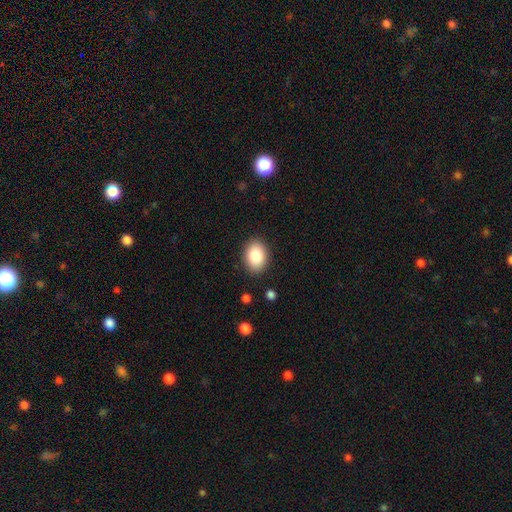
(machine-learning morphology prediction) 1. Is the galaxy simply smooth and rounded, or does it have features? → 86% smooth, 7% star or artifact, 6% featured or disk.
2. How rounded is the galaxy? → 77% in between, 22% round, 1% cigar-shaped.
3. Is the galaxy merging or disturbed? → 88% none, 8% minor disturbance, 2% major disturbance, 1% merger.